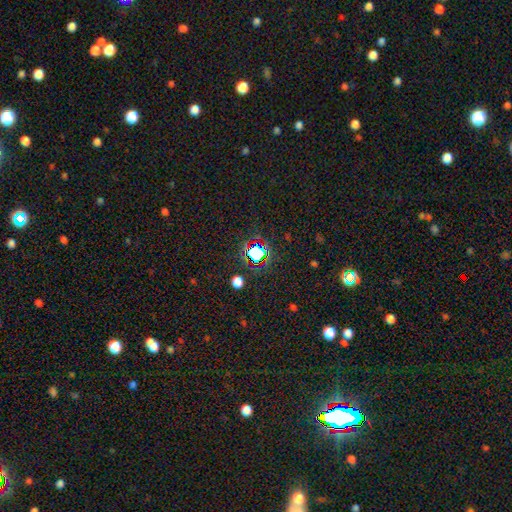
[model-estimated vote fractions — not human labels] Overall: star or artifact (66%).